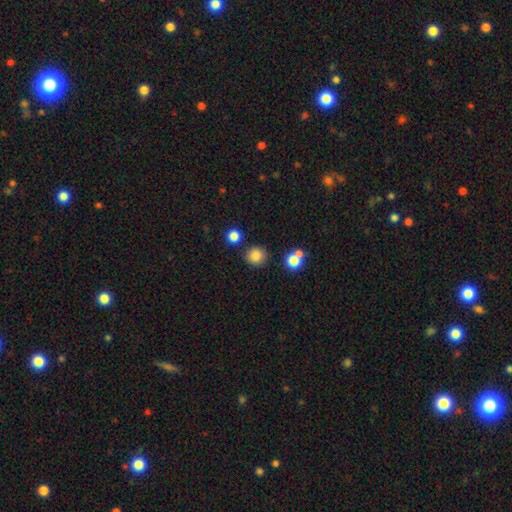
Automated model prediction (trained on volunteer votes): smooth_or_featured: smooth (p=0.84) [alt: star or artifact p=0.12]
how_rounded: round (p=0.92) [alt: in between p=0.07]
merging: none (p=0.85) [alt: minor disturbance p=0.07]